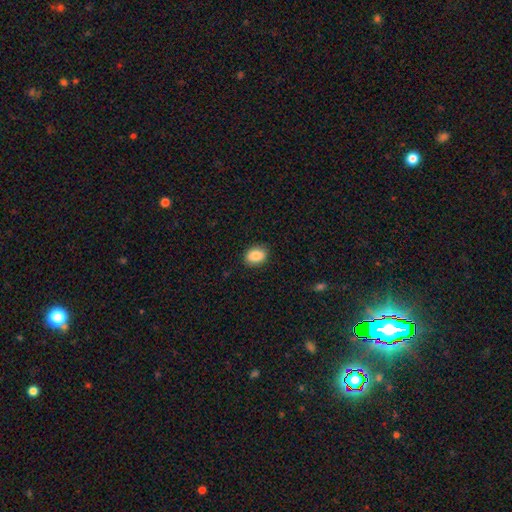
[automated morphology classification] Smooth or featured? Predicted: smooth (p=0.89). How rounded? Predicted: in between (p=0.72). Merging? Predicted: none (p=0.88).